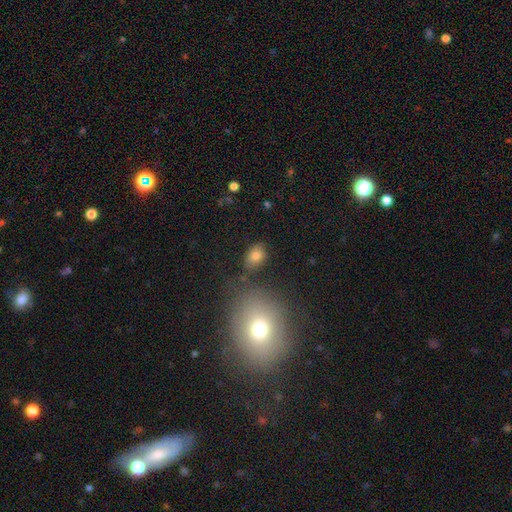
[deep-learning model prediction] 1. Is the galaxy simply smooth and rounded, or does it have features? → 79% smooth, 12% star or artifact, 9% featured or disk.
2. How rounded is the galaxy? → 75% in between, 24% round, 2% cigar-shaped.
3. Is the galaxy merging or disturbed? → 70% none, 18% minor disturbance, 6% merger, 6% major disturbance.